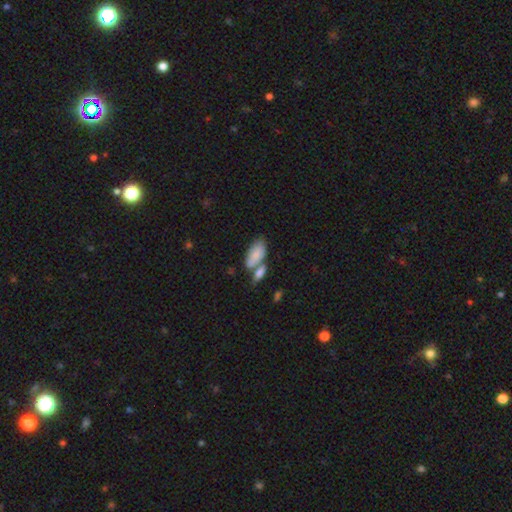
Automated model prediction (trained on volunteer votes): This is likely a smooth galaxy (78%). How rounded: clearly in between (91%). Merging: marginally merger (42%).